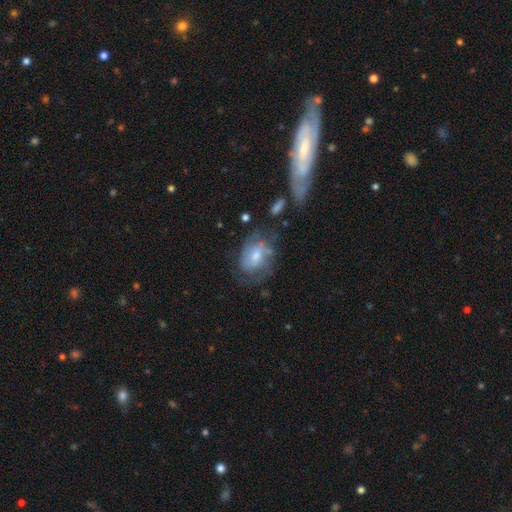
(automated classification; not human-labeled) Smooth or featured? featured or disk (61%)
Edge-on disk? no (96%)
Bar? no (48%)
Spiral arms? yes (77%)
Bulge size? moderate (51%)
Merging? none (50%)